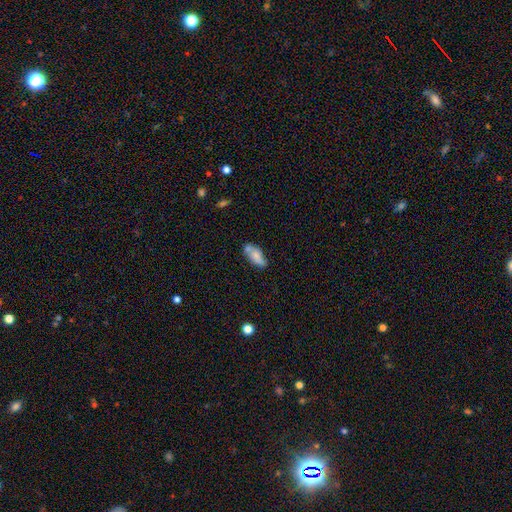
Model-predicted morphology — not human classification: A smooth galaxy with no disk features (71%) that is in between round and cigar-shaped (83%).

Vote fractions:
- Smooth or featured? smooth: 71% / featured or disk: 22% / star or artifact: 8%
- How rounded? in between: 83% / cigar-shaped: 14% / round: 3%
- Merging? none: 51% / minor disturbance: 24% / merger: 19% / major disturbance: 7%